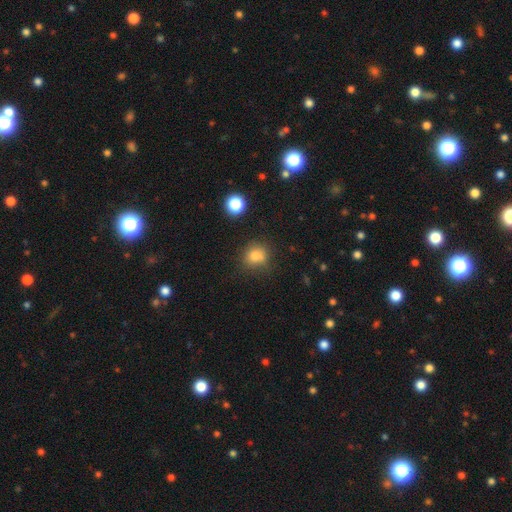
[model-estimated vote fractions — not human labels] The model was most divided on "merging": none: 72%, minor disturbance: 17%, merger: 6%, major disturbance: 5%. More confident: smooth or featured — smooth (79%); how rounded — round (77%).